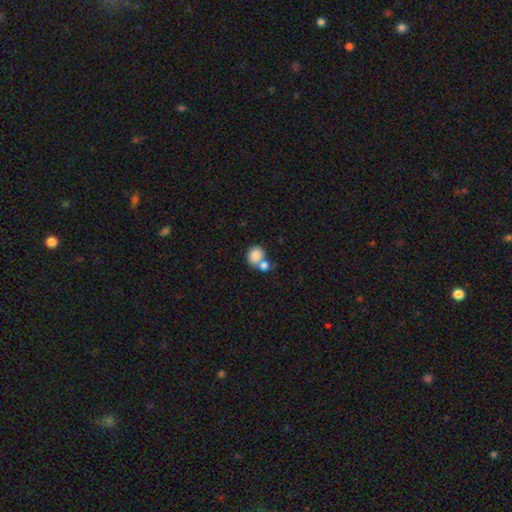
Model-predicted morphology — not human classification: Smooth or featured?
  - smooth: 84% *
  - star or artifact: 8%
  - featured or disk: 8%
How rounded?
  - round: 60% *
  - in between: 39%
  - cigar-shaped: 1%
Merging?
  - merger: 49% *
  - none: 37%
  - minor disturbance: 9%
  - major disturbance: 4%